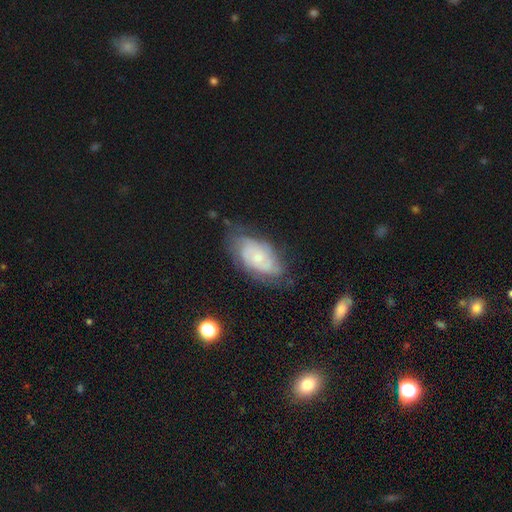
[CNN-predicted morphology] Overall: featured or disk (69%). Edge-on disk: no (95%). Bar: no (73%). Spiral arms: yes (87%). Spiral arm count: can't tell (45%; 2 32%). Spiral winding: tight (58%; medium 32%). Bulge size: small (66%; moderate 27%). Merging: none (62%; minor disturbance 26%).